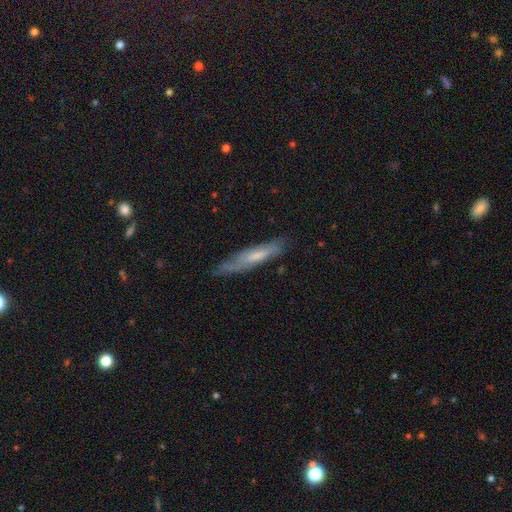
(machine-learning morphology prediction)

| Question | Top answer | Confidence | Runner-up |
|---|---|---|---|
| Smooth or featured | featured or disk | 48% | smooth (46%) |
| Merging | none | 69% | minor disturbance (23%) |